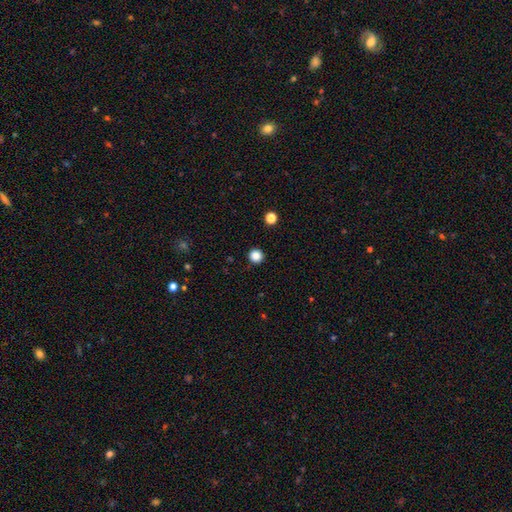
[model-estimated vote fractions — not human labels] This appears to be a smooth galaxy with no disk features (86%) that is round (95%). Merging: none (92%).